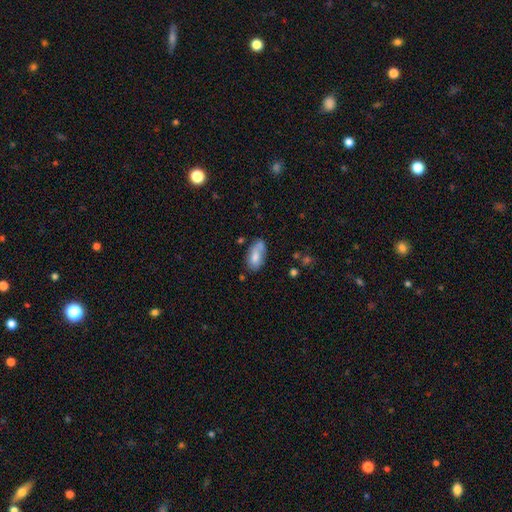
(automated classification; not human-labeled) Morphology: type=smooth (73%); roundness=in between (92%); merging=none (53%).